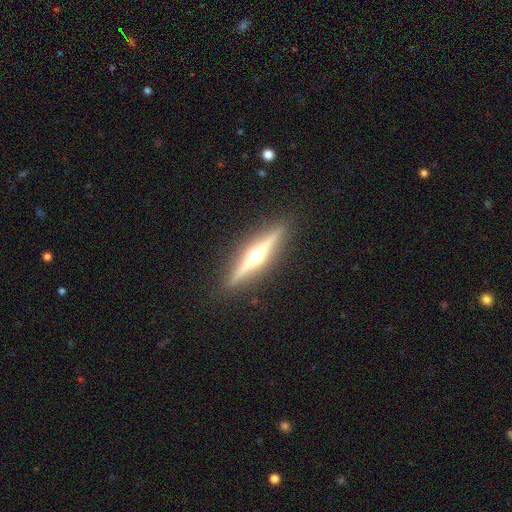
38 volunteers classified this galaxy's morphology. Smooth or featured?
  - featured or disk: 92% *
  - smooth: 8%
  - star or artifact: 0%
Edge-on disk?
  - yes: 100% *
  - no: 0%
Edge-on bulge?
  - rounded: 94% *
  - none: 6%
  - boxy: 0%
Merging?
  - none: 87% *
  - minor disturbance: 5%
  - major disturbance: 5%
  - merger: 3%